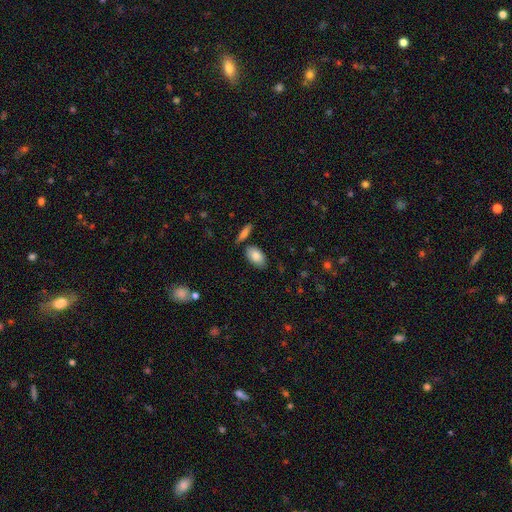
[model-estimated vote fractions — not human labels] smooth-or-featured: smooth: 84% | featured or disk: 10% | star or artifact: 6%
  how-rounded: in between: 93% | round: 5% | cigar-shaped: 2%
  merging: none: 76% | minor disturbance: 13% | merger: 8% | major disturbance: 3%